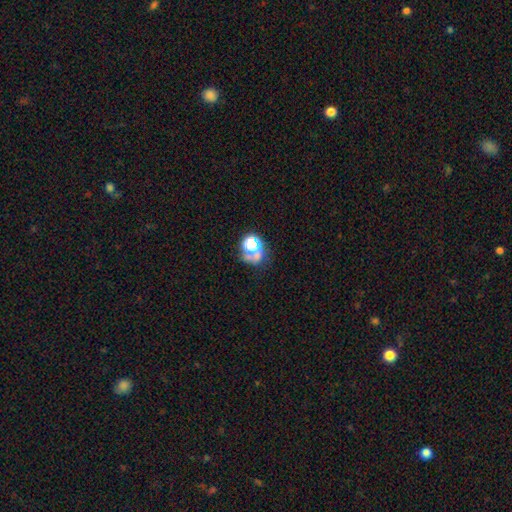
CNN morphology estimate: Smooth or featured: smooth — 45% (star or artifact — 35%)
Merging: none — 42% (merger — 29%)